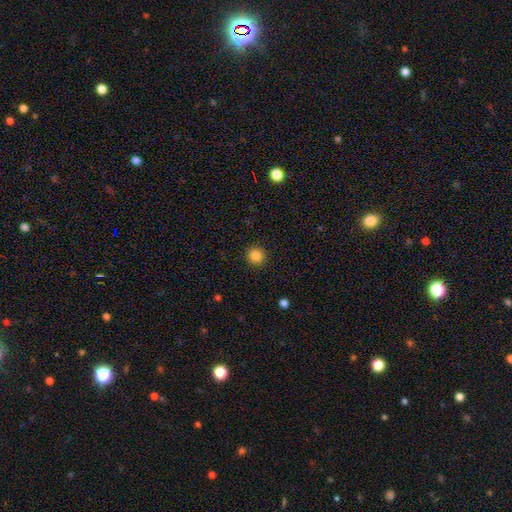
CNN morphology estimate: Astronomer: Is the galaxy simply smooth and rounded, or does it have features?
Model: smooth — 85%.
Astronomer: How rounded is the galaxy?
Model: round — 93%.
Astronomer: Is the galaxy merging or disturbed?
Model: none — 91%.